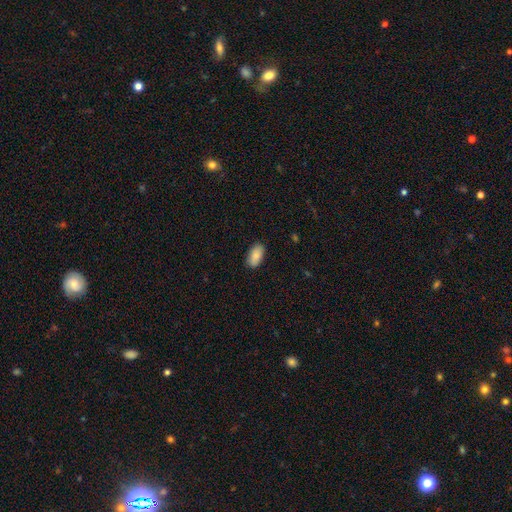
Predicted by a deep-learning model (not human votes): A smooth galaxy with no disk features (87%) that is in between round and cigar-shaped (93%).

Vote fractions:
- Smooth or featured? smooth: 87% / star or artifact: 6% / featured or disk: 6%
- How rounded? in between: 93% / cigar-shaped: 4% / round: 3%
- Merging? none: 87% / minor disturbance: 10% / major disturbance: 2% / merger: 1%